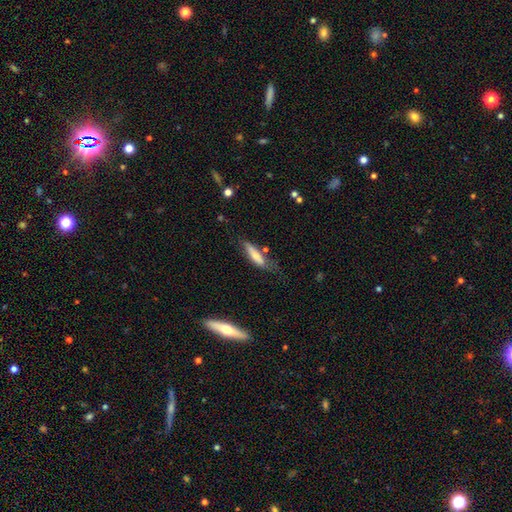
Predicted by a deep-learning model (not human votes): Smooth or featured? Predicted: smooth (p=0.69). How rounded? Predicted: cigar-shaped (p=0.65). Merging? Predicted: none (p=0.49).